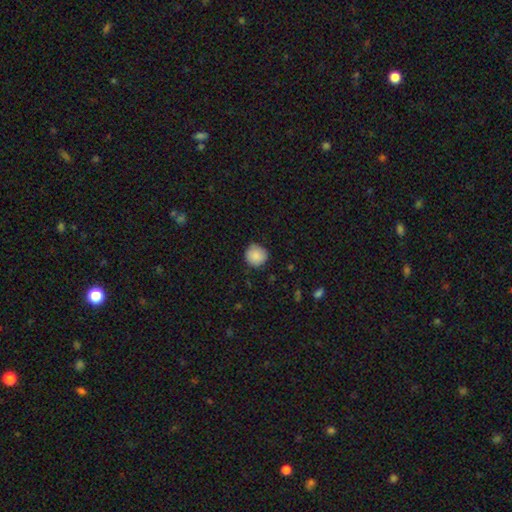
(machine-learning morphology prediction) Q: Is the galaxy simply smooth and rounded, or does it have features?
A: smooth — 88%.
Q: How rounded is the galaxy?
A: round — 93%.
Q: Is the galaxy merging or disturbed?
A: none — 85%.